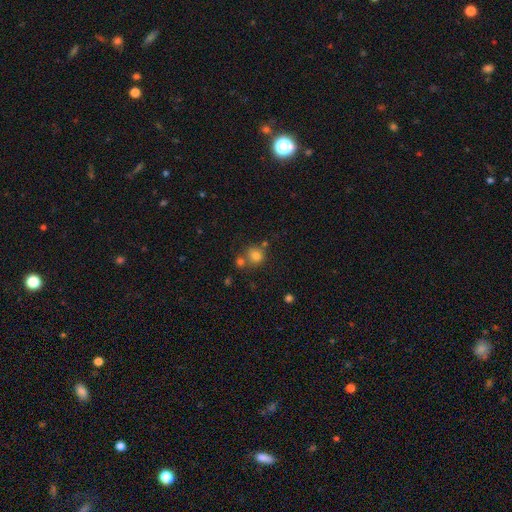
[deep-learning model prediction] smooth 78%, star or artifact 14%, featured or disk 8%. Down the decision tree: how rounded — round (83%); merging — none (62%).